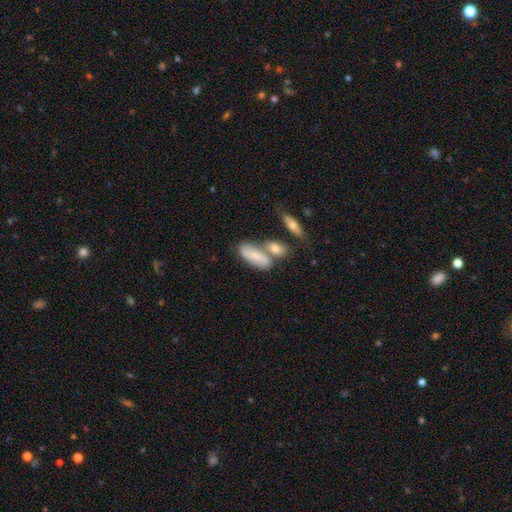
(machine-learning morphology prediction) This appears to be a smooth galaxy with no disk features (65%) that is in between round and cigar-shaped (76%). Merging: merger (43%).